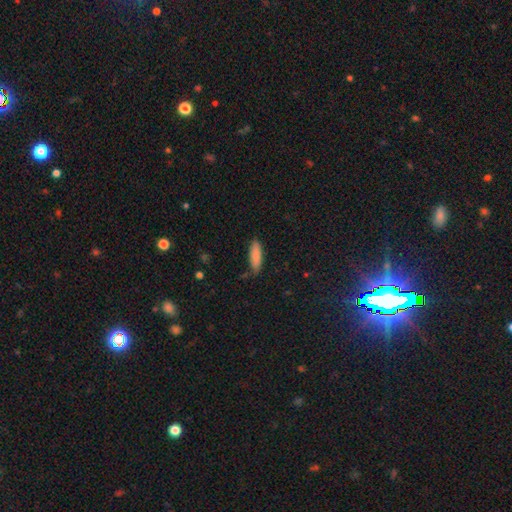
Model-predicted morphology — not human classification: This is clearly a smooth galaxy (86%). How rounded: possibly in between (52%). Merging: clearly none (81%).